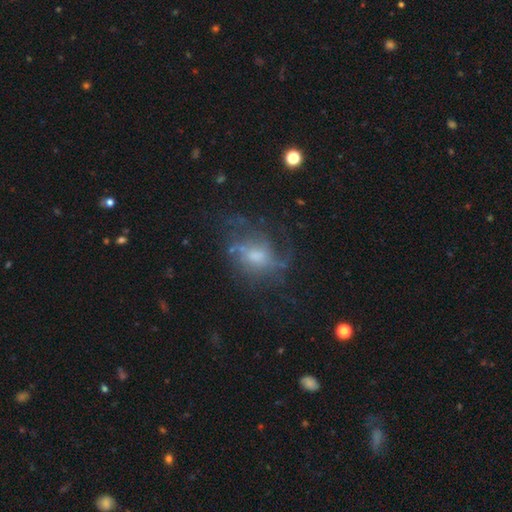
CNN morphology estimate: featured or disk 59%, smooth 27%, star or artifact 14%. Down the decision tree: edge-on disk — no (96%); bar — no (66%); spiral arms — yes (62%); bulge size — moderate (46%); merging — none (49%).